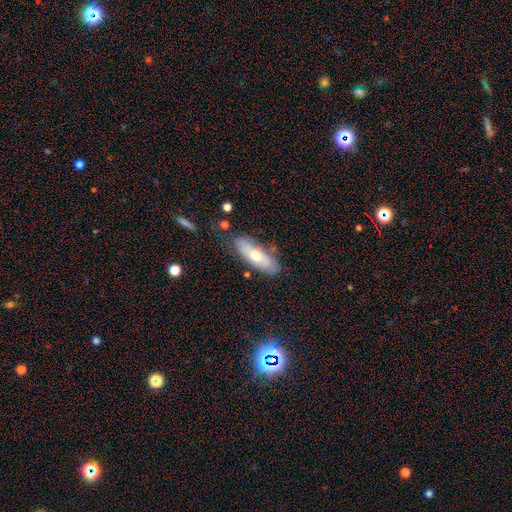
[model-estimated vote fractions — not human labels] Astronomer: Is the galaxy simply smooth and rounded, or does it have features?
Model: smooth — 54% (runner-up: featured or disk, 40%).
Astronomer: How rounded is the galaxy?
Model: in between — 65%.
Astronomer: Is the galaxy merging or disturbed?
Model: none — 75%.